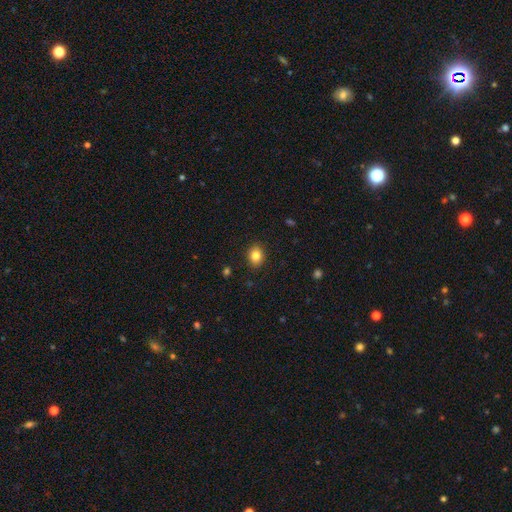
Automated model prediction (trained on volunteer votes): This appears to be a smooth galaxy with no disk features (84%) that is in between round and cigar-shaped (52%). Merging: none (90%).